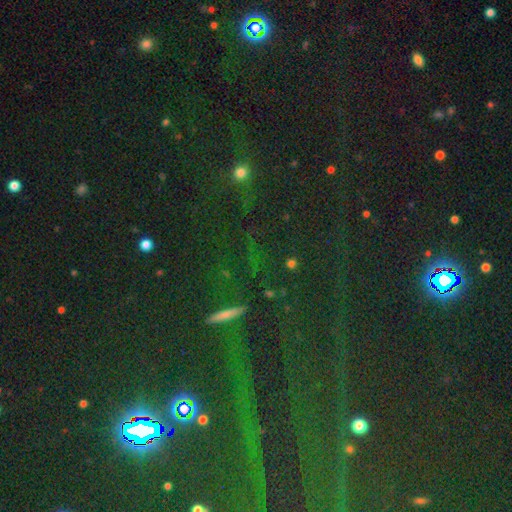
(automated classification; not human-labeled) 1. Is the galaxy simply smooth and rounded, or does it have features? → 64% star or artifact, 22% smooth, 14% featured or disk.